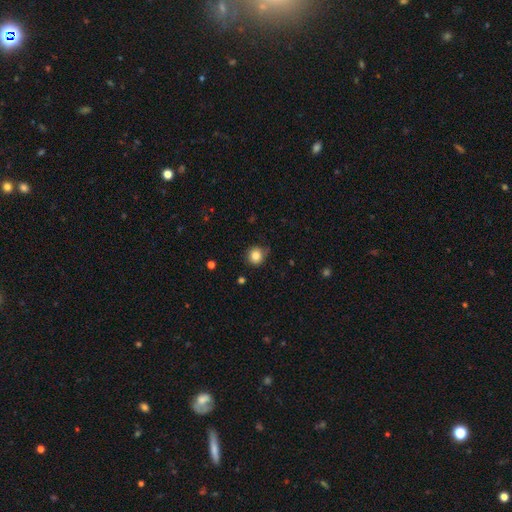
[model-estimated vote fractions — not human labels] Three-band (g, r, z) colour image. It shows a smooth galaxy with no disk features (84%) that is round (88%). Merging: none (75%).